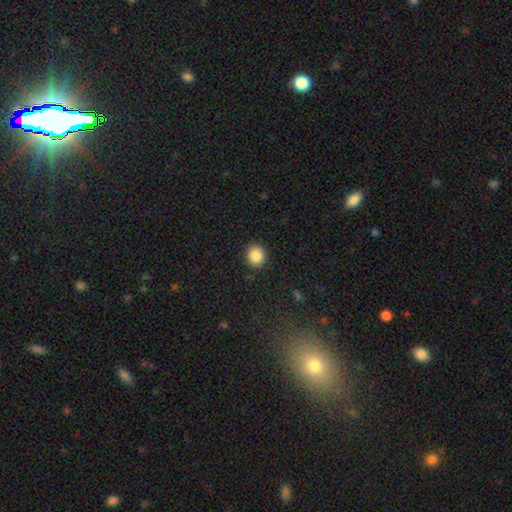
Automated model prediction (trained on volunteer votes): Morphology: type=smooth (87%); roundness=round (87%); merging=none (91%).